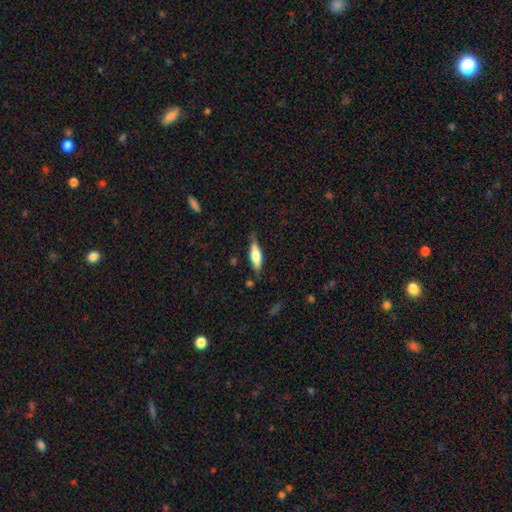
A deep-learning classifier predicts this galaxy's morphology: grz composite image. It shows a smooth galaxy with no disk features (60%) that is cigar-shaped (58%). Merging: none (76%).